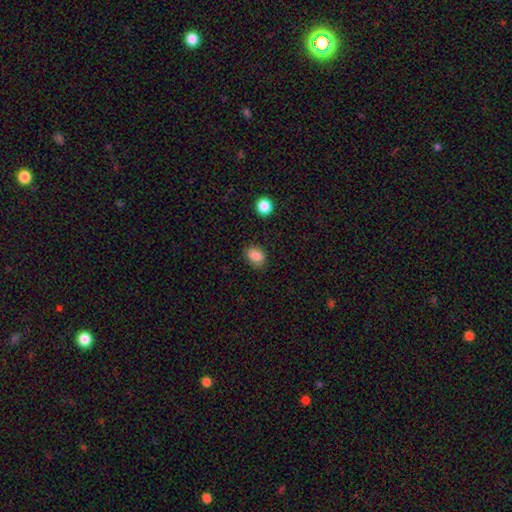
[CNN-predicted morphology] Smooth or featured: smooth — 86% (star or artifact — 10%)
How rounded: in between — 72% (round — 27%)
Merging: none — 78% (minor disturbance — 16%)